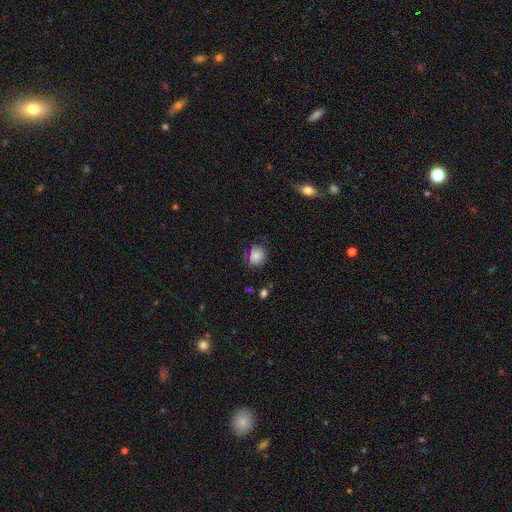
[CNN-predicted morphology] The model was most divided on "how rounded": round: 76%, in between: 23%, cigar-shaped: 1%. More confident: smooth or featured — smooth (83%); merging — none (77%).